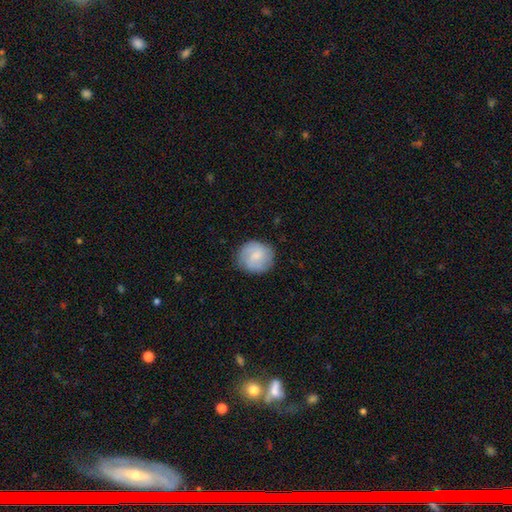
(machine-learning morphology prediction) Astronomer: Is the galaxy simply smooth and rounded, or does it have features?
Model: smooth — 69%.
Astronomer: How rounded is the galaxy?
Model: round — 89%.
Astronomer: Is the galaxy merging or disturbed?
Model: none — 80%.